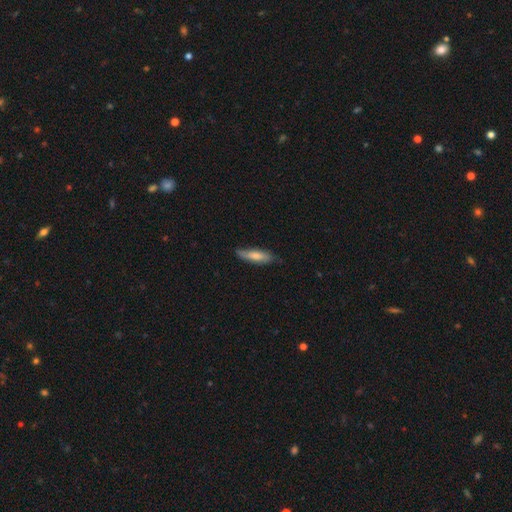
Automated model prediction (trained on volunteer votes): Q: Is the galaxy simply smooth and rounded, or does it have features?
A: smooth — 70%.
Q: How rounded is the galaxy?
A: cigar-shaped — 63%.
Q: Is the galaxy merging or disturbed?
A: none — 74%.